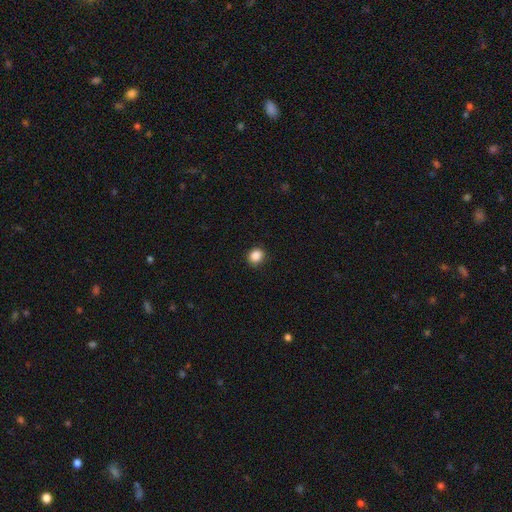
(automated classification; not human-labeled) Overall: smooth (88%). How rounded: round (79%). Merging: none (87%).